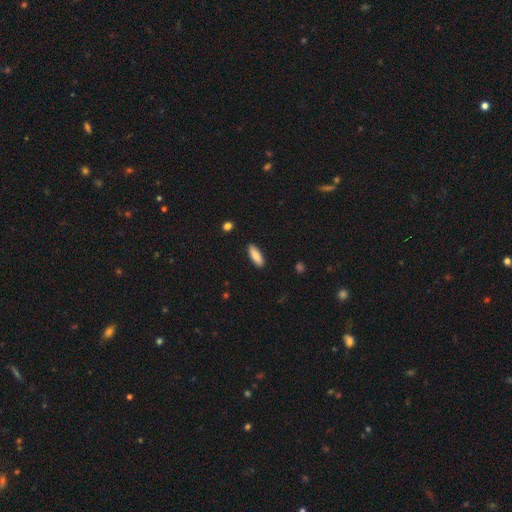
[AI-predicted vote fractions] Smooth or featured?
  - smooth: 84% *
  - featured or disk: 11%
  - star or artifact: 6%
How rounded?
  - in between: 57% *
  - cigar-shaped: 41%
  - round: 2%
Merging?
  - none: 89% *
  - minor disturbance: 8%
  - major disturbance: 2%
  - merger: 1%